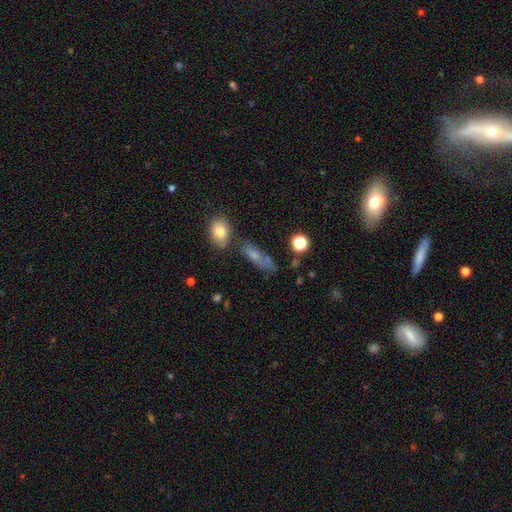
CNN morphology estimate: A smooth galaxy with no disk features (64%) that is in between round and cigar-shaped (54%). Merging: none (55%).